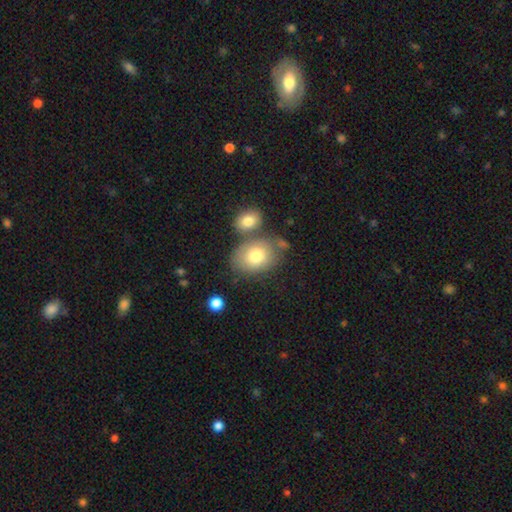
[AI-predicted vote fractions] Smooth or featured?
  - smooth: 77% *
  - featured or disk: 15%
  - star or artifact: 8%
How rounded?
  - in between: 69% *
  - round: 30%
  - cigar-shaped: 1%
Merging?
  - none: 56% *
  - merger: 24%
  - minor disturbance: 16%
  - major disturbance: 5%